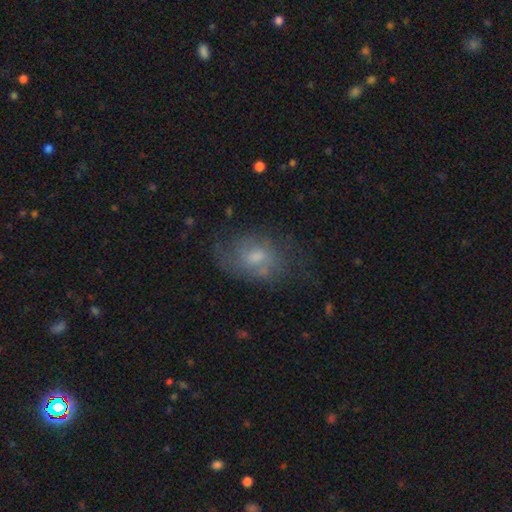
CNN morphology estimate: featured or disk 50%, smooth 37%, star or artifact 13%. Down the decision tree: edge-on disk — no (95%); merging — none (61%).